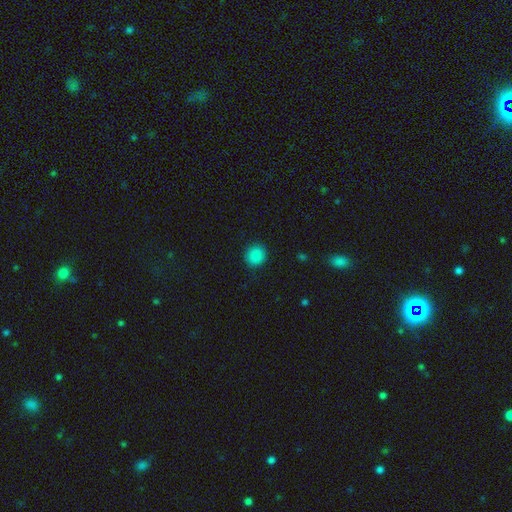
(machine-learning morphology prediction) Smooth or featured? Predicted: smooth (p=0.87). How rounded? Predicted: round (p=0.88). Merging? Predicted: none (p=0.89).